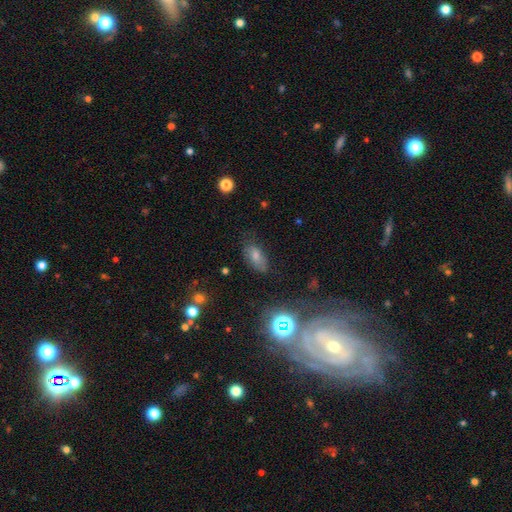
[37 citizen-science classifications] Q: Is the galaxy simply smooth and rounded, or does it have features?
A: smooth — 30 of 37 (81%).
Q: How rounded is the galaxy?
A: in between — 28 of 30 (93%).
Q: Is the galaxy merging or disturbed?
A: none — 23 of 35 (66%).